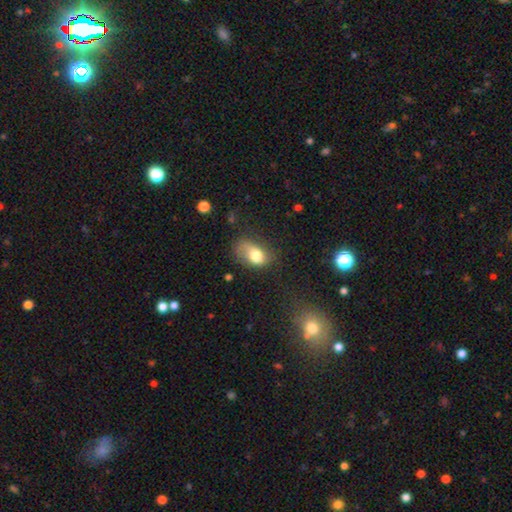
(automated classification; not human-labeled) Smooth or featured: smooth — 72% (featured or disk — 19%)
How rounded: in between — 83% (round — 15%)
Merging: none — 43% (minor disturbance — 33%)